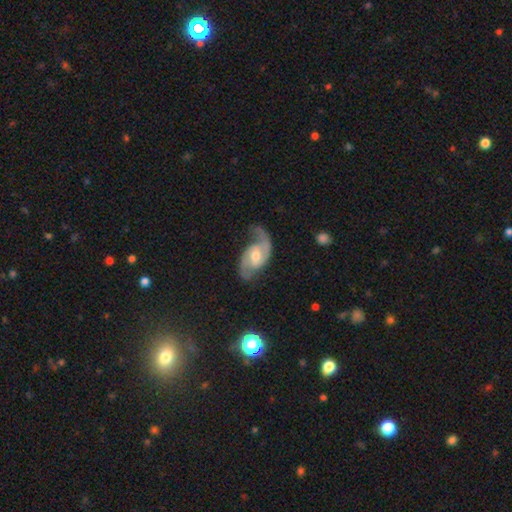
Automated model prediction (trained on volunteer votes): featured or disk 87%, smooth 8%, star or artifact 5%. Down the decision tree: edge-on disk — no (97%); bar — weak (45%); spiral arms — yes (96%); spiral arm count — 2 (88%); spiral winding — medium (47%); bulge size — moderate (68%); merging — none (65%).